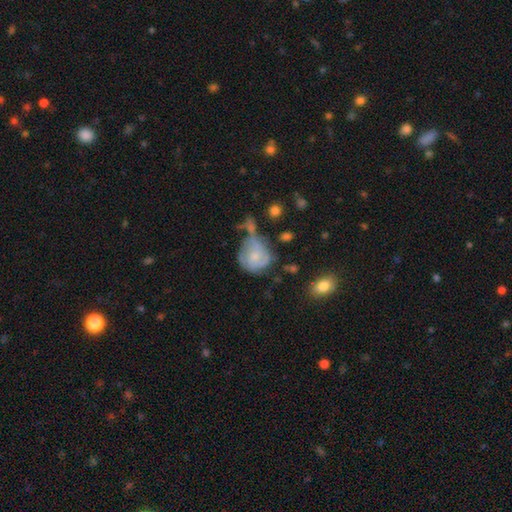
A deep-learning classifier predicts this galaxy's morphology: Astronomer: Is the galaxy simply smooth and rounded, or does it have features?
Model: featured or disk — 55% (runner-up: smooth, 36%).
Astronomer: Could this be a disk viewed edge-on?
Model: no — 97%.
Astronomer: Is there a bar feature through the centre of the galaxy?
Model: no — 72%.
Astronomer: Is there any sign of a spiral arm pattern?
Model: yes — 75%.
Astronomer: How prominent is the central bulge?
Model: small — 49% (runner-up: moderate, 36%).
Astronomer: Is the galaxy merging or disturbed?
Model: none — 36% (runner-up: minor disturbance, 26%).